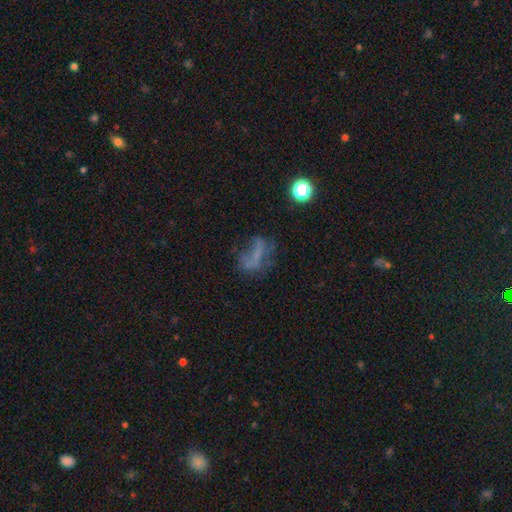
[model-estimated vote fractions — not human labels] Smooth or featured? Predicted: smooth (p=0.38). Merging? Predicted: none (p=0.38).